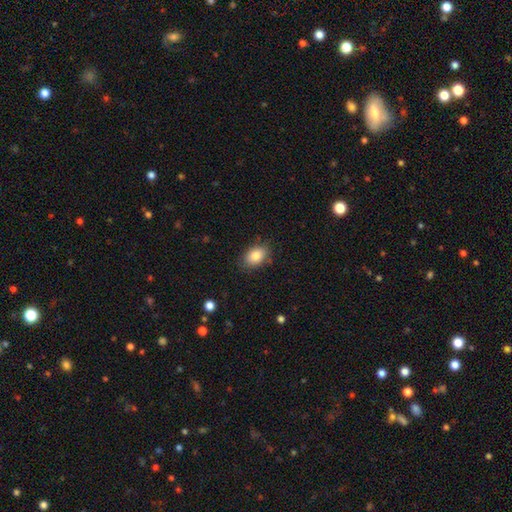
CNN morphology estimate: The model was most divided on "merging": none: 82%, minor disturbance: 13%, major disturbance: 3%, merger: 1%. More confident: how rounded — in between (85%); smooth or featured — smooth (84%).